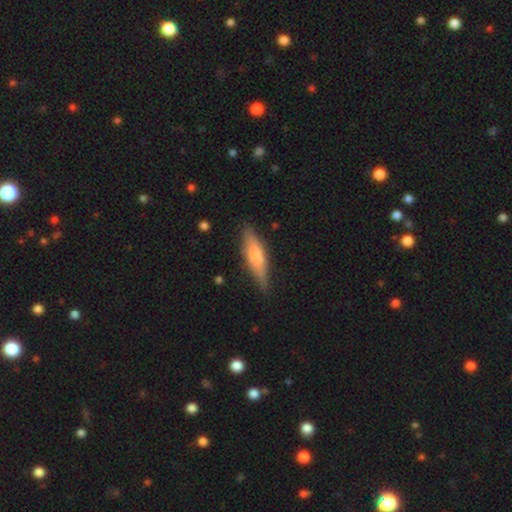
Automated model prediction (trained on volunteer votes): smooth_or_featured: smooth (p=0.58) [alt: featured or disk p=0.36]
how_rounded: cigar-shaped (p=0.70) [alt: in between p=0.28]
merging: none (p=0.80) [alt: minor disturbance p=0.15]